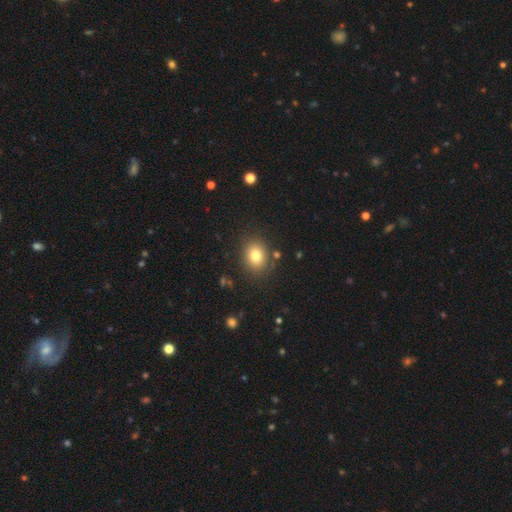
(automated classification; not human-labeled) Smooth or featured?
  - smooth: 79% *
  - star or artifact: 12%
  - featured or disk: 9%
How rounded?
  - round: 57% *
  - in between: 43%
  - cigar-shaped: 1%
Merging?
  - none: 84% *
  - minor disturbance: 9%
  - major disturbance: 3%
  - merger: 3%